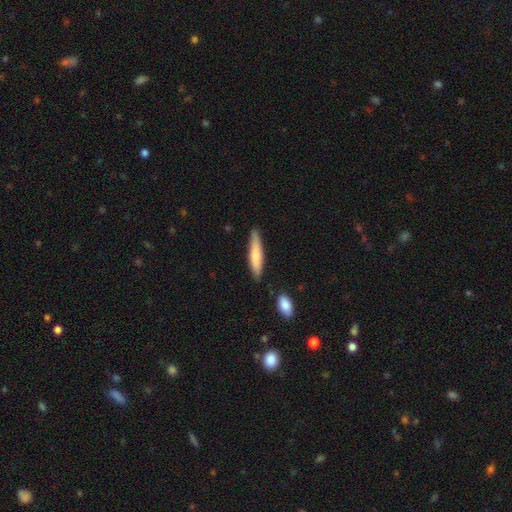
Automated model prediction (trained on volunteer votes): Smooth or featured: smooth — 73% (featured or disk — 22%)
How rounded: cigar-shaped — 86% (in between — 12%)
Merging: none — 82% (minor disturbance — 13%)